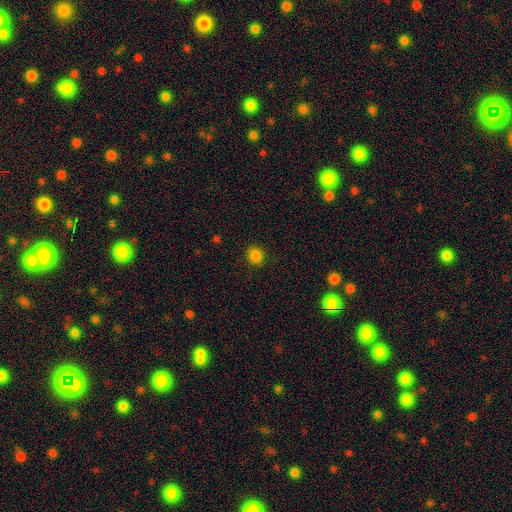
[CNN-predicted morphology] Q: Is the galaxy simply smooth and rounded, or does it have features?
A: smooth — 83%.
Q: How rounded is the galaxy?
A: round — 81%.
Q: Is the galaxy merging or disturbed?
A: none — 89%.